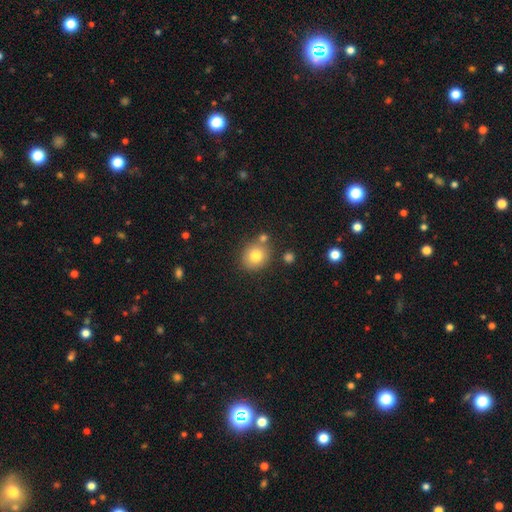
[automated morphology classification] This is likely a smooth galaxy (78%). How rounded: likely round (79%). Merging: likely none (72%).